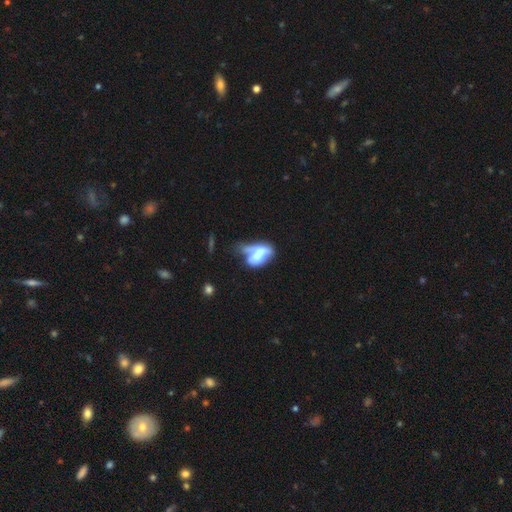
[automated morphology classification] This is possibly a smooth galaxy (50%). How rounded: clearly in between (83%). Merging: marginally merger (34%).